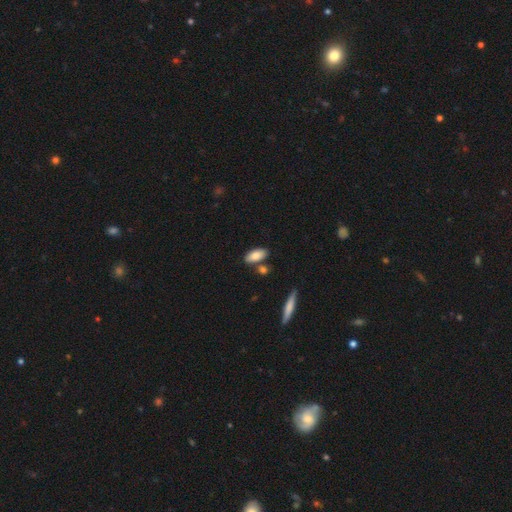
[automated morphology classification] type=smooth (84%); roundness=in between (89%); merging=none (73%).